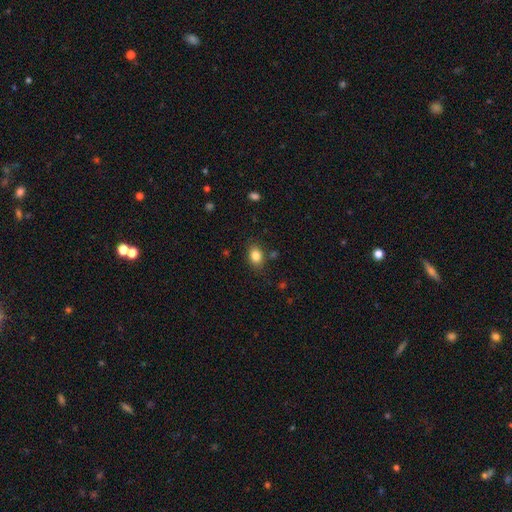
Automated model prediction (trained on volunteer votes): smooth_or_featured: smooth (p=0.84) [alt: star or artifact p=0.10]
how_rounded: in between (p=0.68) [alt: round p=0.31]
merging: none (p=0.82) [alt: minor disturbance p=0.12]